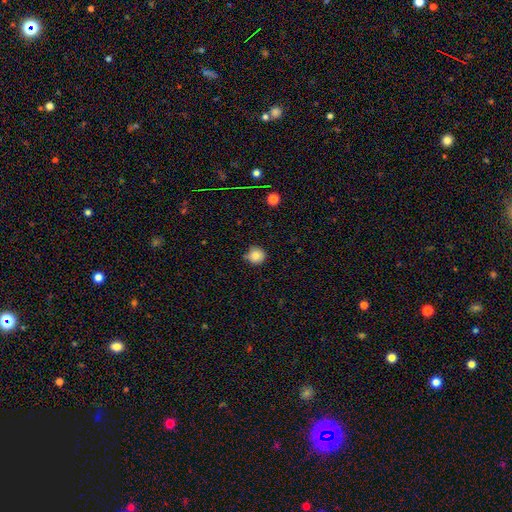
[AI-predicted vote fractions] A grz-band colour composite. It shows a smooth galaxy with no disk features (83%) that is round (92%). Merging: none (72%).